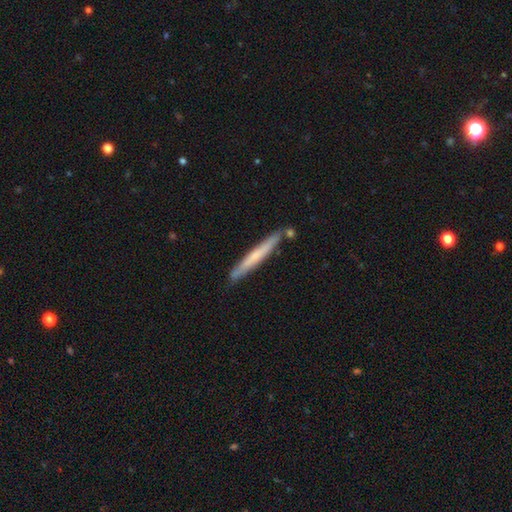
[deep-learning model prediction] The model was most divided on "smooth or featured": smooth: 52%, featured or disk: 42%, star or artifact: 6%. More confident: how rounded — cigar-shaped (96%); merging — none (83%).